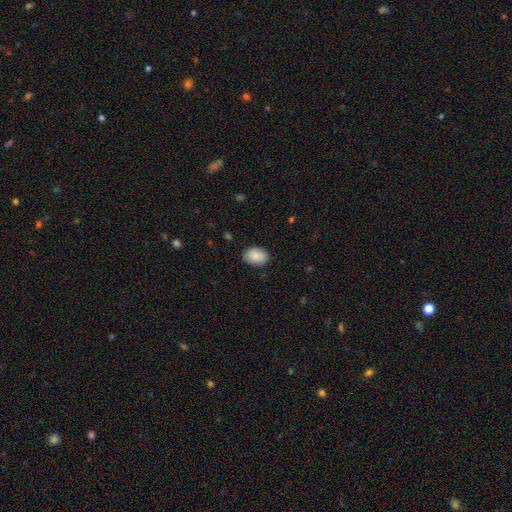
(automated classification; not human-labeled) Morphology: type=smooth (88%); roundness=in between (77%); merging=none (84%).